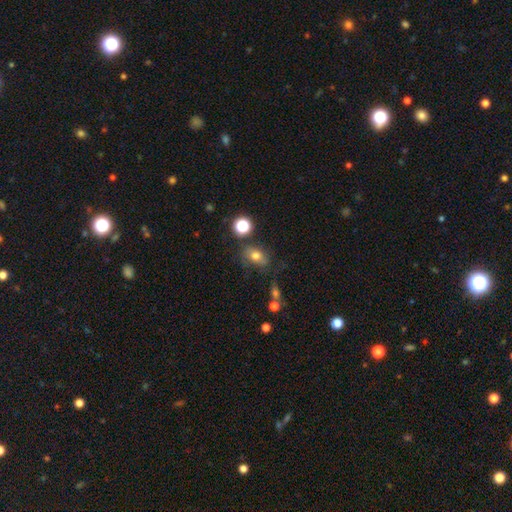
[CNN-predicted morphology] This appears to be a smooth galaxy with no disk features (72%) that is in between round and cigar-shaped (74%). Merging: none (64%).